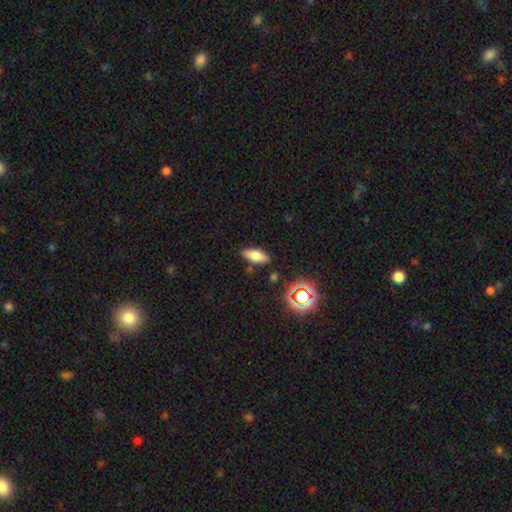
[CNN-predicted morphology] Smooth or featured?
  - smooth: 67% *
  - featured or disk: 22%
  - star or artifact: 11%
How rounded?
  - in between: 74% *
  - cigar-shaped: 22%
  - round: 4%
Merging?
  - none: 84% *
  - minor disturbance: 10%
  - merger: 3%
  - major disturbance: 2%